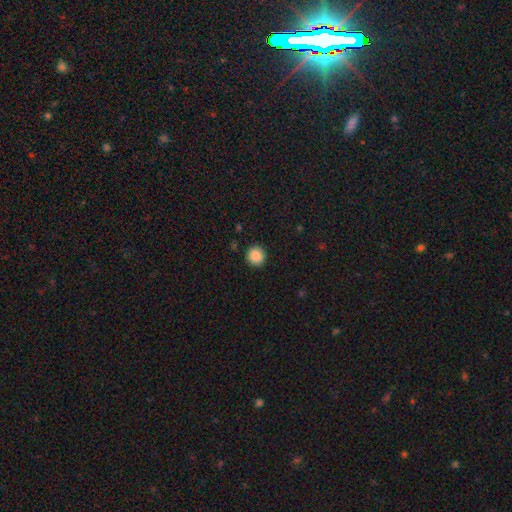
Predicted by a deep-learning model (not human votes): Smooth or featured? smooth (88%)
How rounded? round (92%)
Merging? none (91%)